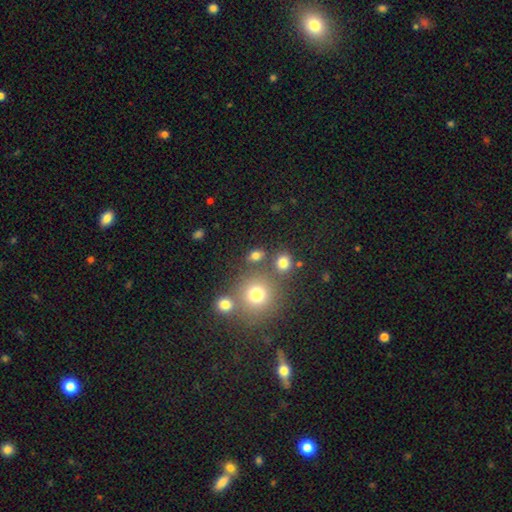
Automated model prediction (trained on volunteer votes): Smooth or featured? smooth (76%)
How rounded? round (64%)
Merging? none (71%)